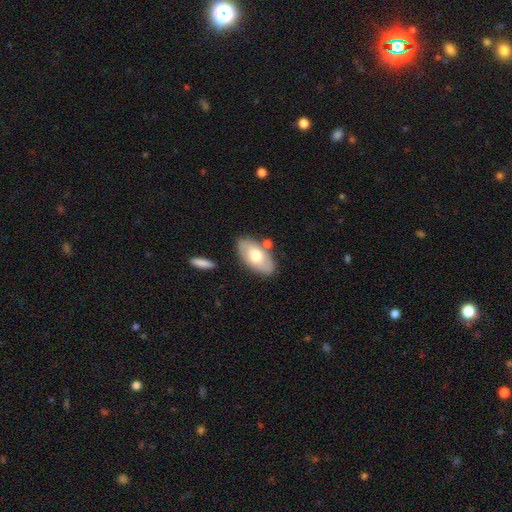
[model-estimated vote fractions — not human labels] A smooth galaxy with no disk features (60%) that is in between round and cigar-shaped (93%). Merging: none (75%).